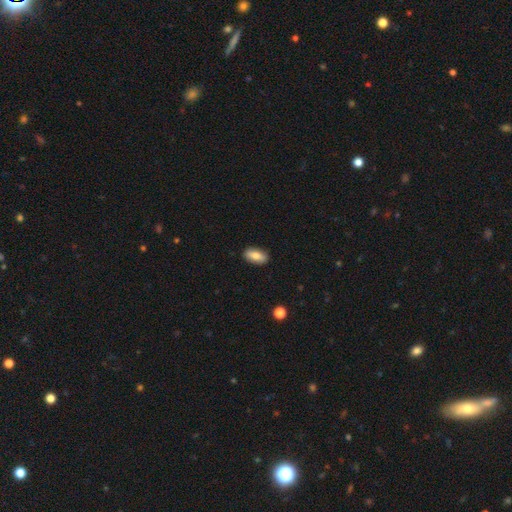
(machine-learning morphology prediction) Smooth or featured? Predicted: smooth (p=0.79). How rounded? Predicted: in between (p=0.89). Merging? Predicted: none (p=0.88).